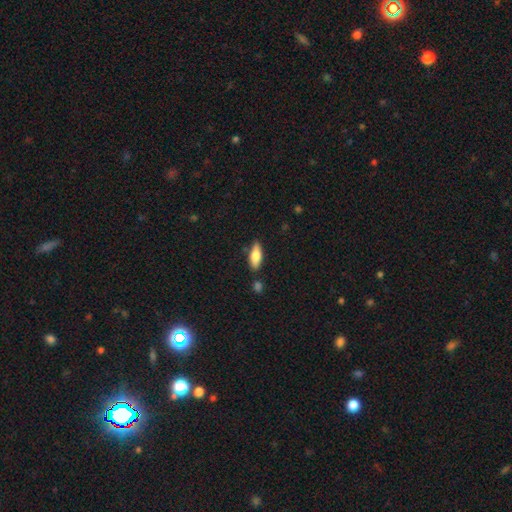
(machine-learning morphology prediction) smooth 74%, featured or disk 19%, star or artifact 6%. Down the decision tree: how rounded — in between (70%); merging — none (80%).